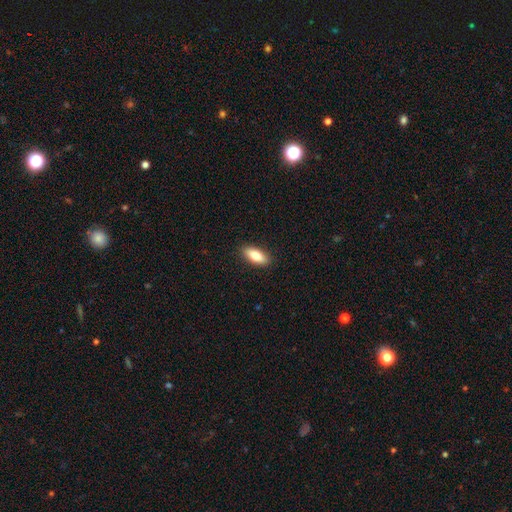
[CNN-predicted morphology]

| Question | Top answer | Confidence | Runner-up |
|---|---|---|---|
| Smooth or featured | smooth | 79% | featured or disk (14%) |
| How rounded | in between | 80% | cigar-shaped (18%) |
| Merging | none | 90% | minor disturbance (8%) |